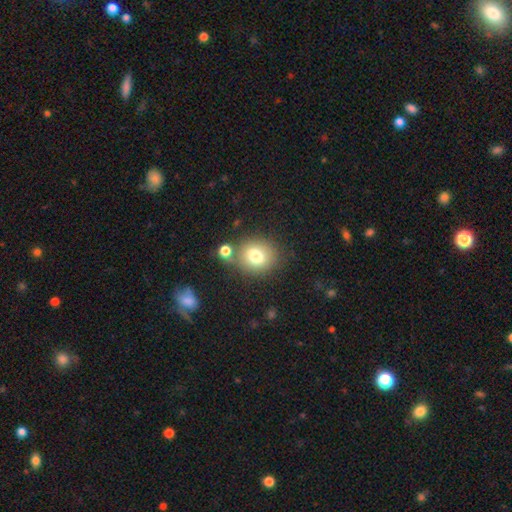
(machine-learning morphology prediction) Q: Smooth or featured?
A: smooth (77%); runner-up: featured or disk (13%)
Q: How rounded?
A: round (69%); runner-up: in between (30%)
Q: Merging?
A: none (67%); runner-up: merger (16%)